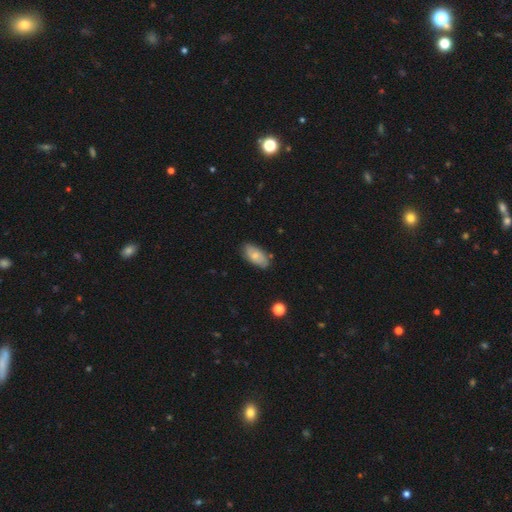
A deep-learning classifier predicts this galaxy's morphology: type=smooth (58%); roundness=in between (92%); merging=none (78%).